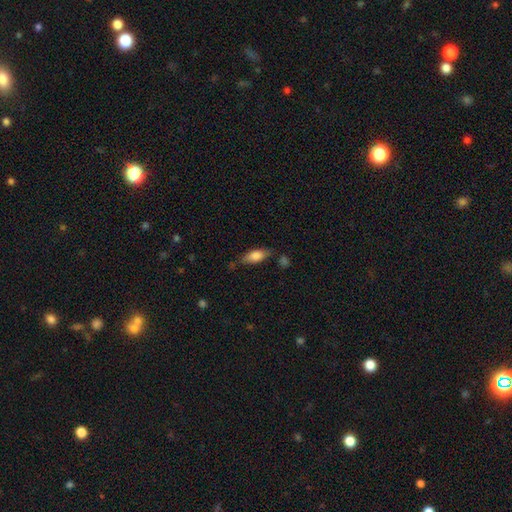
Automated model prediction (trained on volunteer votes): smooth_or_featured: smooth (p=0.77) [alt: featured or disk p=0.16]
how_rounded: in between (p=0.73) [alt: cigar-shaped p=0.25]
merging: none (p=0.69) [alt: minor disturbance p=0.20]